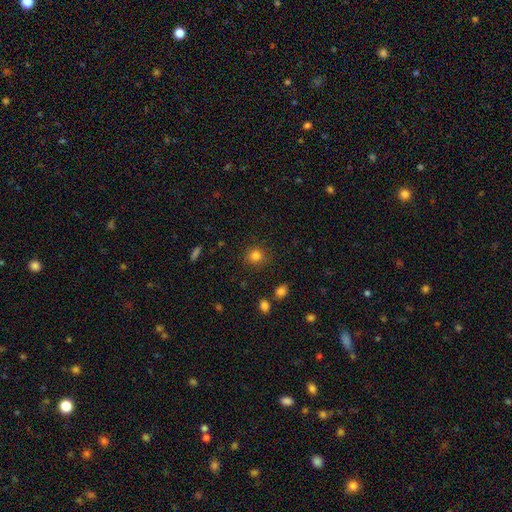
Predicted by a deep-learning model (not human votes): The model was most divided on "how rounded": round: 84%, in between: 15%, cigar-shaped: 1%. More confident: merging — none (86%); smooth or featured — smooth (83%).